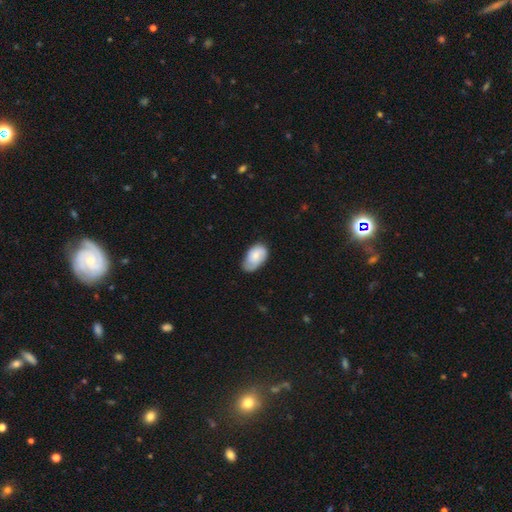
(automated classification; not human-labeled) The model was most divided on "merging": none: 56%, minor disturbance: 35%, major disturbance: 7%, merger: 1%. More confident: how rounded — in between (93%); smooth or featured — smooth (73%).